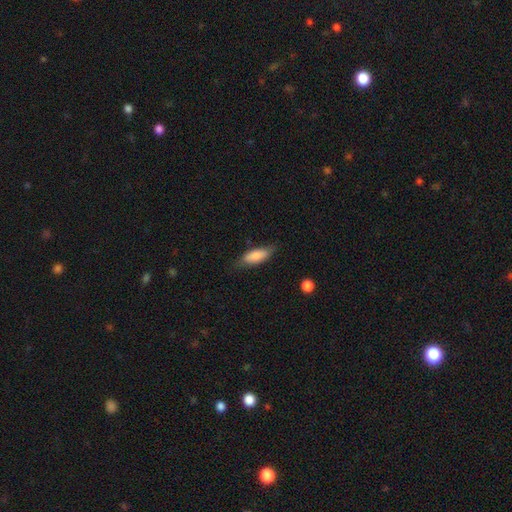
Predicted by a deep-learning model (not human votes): smooth_or_featured: smooth (p=0.80) [alt: featured or disk p=0.14]
how_rounded: in between (p=0.68) [alt: cigar-shaped p=0.30]
merging: none (p=0.73) [alt: minor disturbance p=0.21]